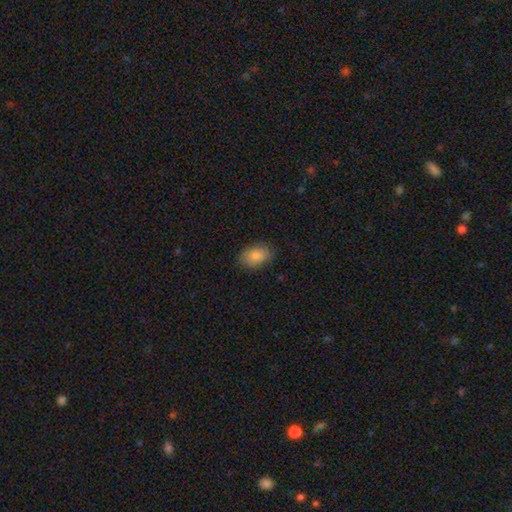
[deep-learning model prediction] Overall: smooth (82%). How rounded: in between (87%). Merging: none (84%).